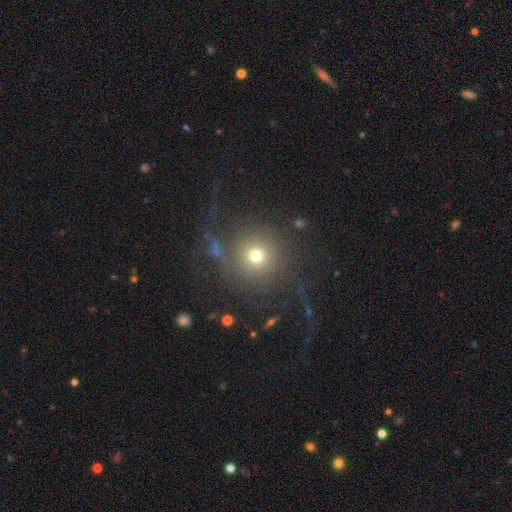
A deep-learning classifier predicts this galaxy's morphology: Smooth or featured? smooth (61%)
How rounded? round (94%)
Merging? none (65%)